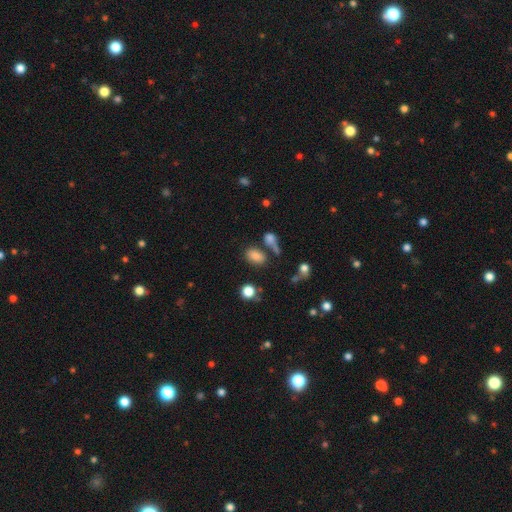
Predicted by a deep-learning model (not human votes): Q: Smooth or featured?
A: smooth (81%); runner-up: star or artifact (12%)
Q: How rounded?
A: in between (84%); runner-up: round (14%)
Q: Merging?
A: none (63%); runner-up: merger (17%)